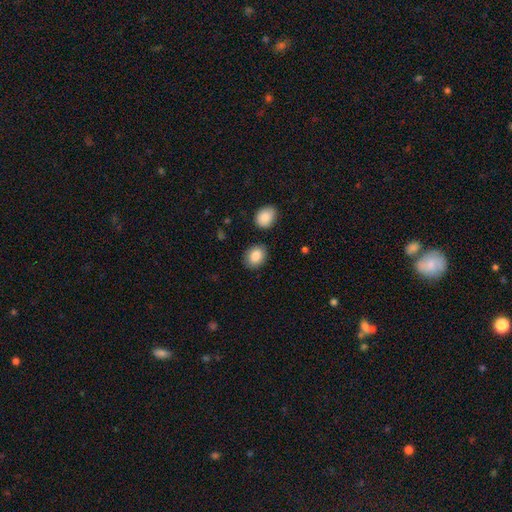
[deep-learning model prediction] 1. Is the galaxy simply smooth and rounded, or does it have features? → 86% smooth, 7% star or artifact, 6% featured or disk.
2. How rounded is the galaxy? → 60% in between, 39% round, 1% cigar-shaped.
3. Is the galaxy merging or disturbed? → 85% none, 9% minor disturbance, 4% merger, 2% major disturbance.